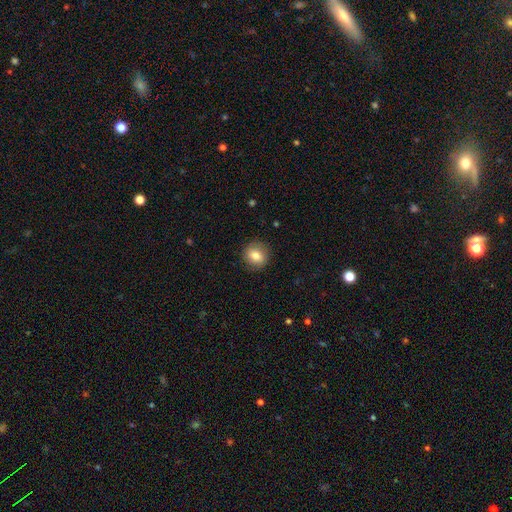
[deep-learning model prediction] This appears to be a smooth galaxy with no disk features (79%) that is round (80%). Merging: none (88%).